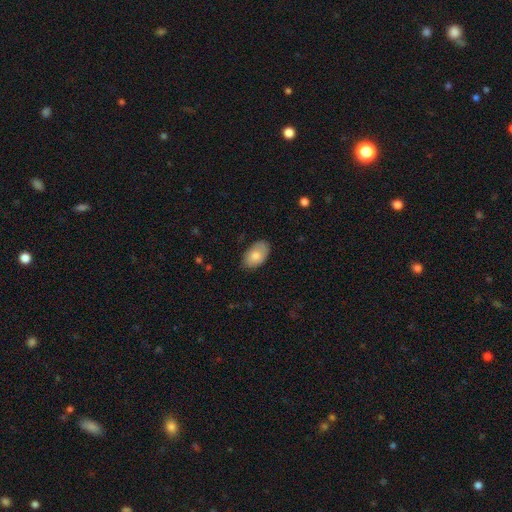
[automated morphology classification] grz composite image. It shows a smooth galaxy with no disk features (79%) that is in between round and cigar-shaped (92%). Merging: none (77%).